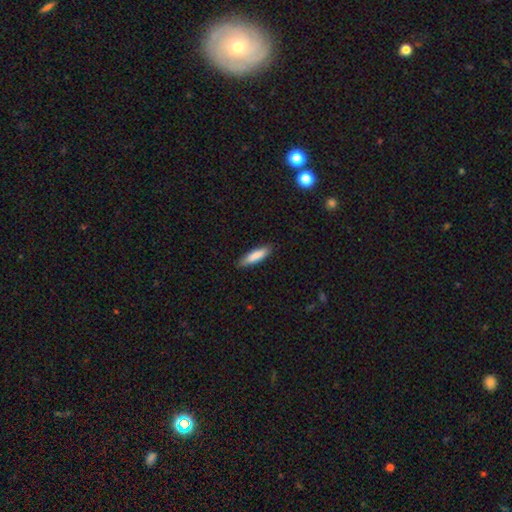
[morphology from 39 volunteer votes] smooth-or-featured: smooth: 69% | featured or disk: 28% | star or artifact: 3%
  how-rounded: cigar-shaped: 78% | in between: 22% | round: 0%
  merging: none: 89% | major disturbance: 11% | minor disturbance: 0% | merger: 0%